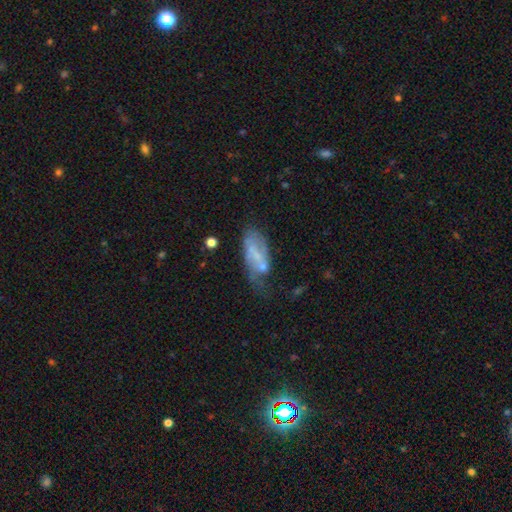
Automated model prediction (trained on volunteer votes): Smooth or featured: featured or disk — 50% (smooth — 42%)
Merging: major disturbance — 29% (none — 28%)